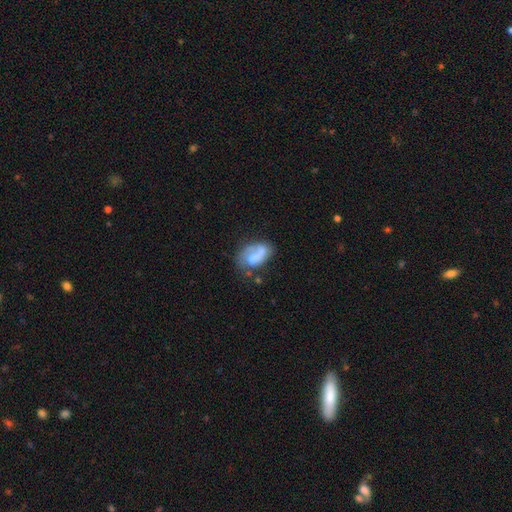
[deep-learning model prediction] Smooth or featured? Predicted: smooth (p=0.48). Merging? Predicted: none (p=0.40).